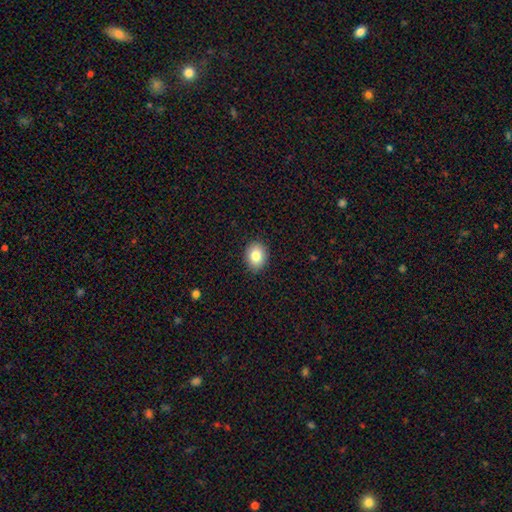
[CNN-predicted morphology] smooth-or-featured: smooth: 83% | featured or disk: 9% | star or artifact: 9%
  how-rounded: in between: 58% | round: 41% | cigar-shaped: 1%
  merging: none: 89% | minor disturbance: 8% | major disturbance: 2% | merger: 1%